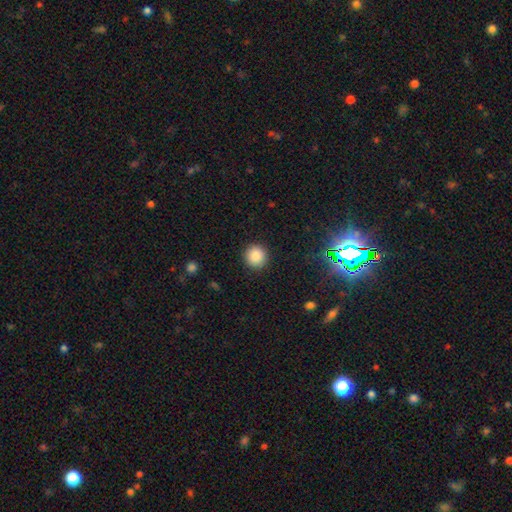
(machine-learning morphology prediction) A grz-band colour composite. It shows a smooth galaxy with no disk features (87%) that is round (92%). Merging: none (91%).